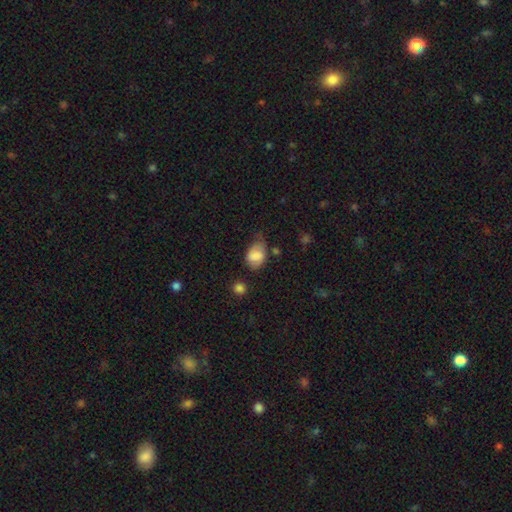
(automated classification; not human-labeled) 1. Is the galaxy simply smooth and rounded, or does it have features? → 75% smooth, 16% featured or disk, 8% star or artifact.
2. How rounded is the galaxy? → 78% in between, 21% round, 1% cigar-shaped.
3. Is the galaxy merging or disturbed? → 41% none, 39% minor disturbance, 15% major disturbance, 4% merger.